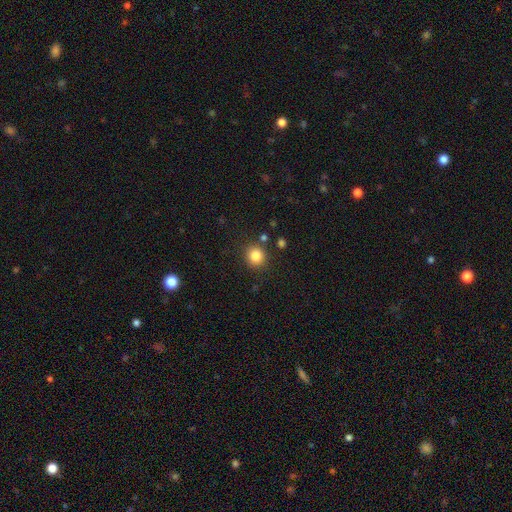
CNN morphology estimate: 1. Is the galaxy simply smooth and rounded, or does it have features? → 84% smooth, 11% star or artifact, 5% featured or disk.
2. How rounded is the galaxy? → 88% round, 11% in between, 1% cigar-shaped.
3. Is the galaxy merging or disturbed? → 86% none, 8% minor disturbance, 4% merger, 3% major disturbance.